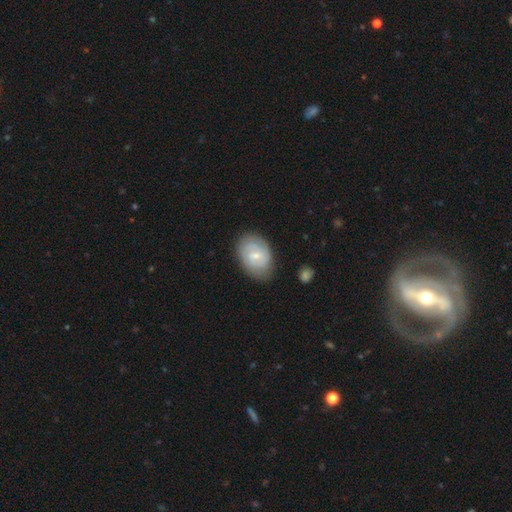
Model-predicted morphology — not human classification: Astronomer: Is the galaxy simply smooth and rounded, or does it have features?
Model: featured or disk — 63%.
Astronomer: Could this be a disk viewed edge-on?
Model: no — 97%.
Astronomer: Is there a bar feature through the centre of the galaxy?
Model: weak — 52% (runner-up: no, 40%).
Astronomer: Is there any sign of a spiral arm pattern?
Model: yes — 87%.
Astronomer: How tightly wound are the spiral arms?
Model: tight — 55% (runner-up: medium, 35%).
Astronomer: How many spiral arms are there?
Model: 2 — 55%.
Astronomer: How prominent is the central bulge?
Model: small — 66%.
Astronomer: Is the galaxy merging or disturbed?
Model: none — 78%.